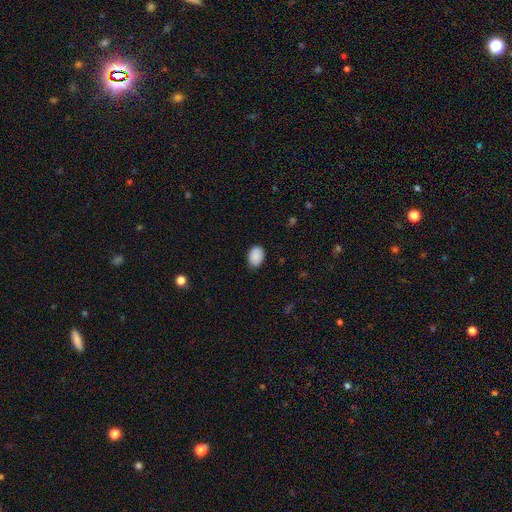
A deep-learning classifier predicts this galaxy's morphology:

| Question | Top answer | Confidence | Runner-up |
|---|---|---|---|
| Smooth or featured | smooth | 90% | star or artifact (8%) |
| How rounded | in between | 80% | round (19%) |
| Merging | none | 82% | minor disturbance (15%) |